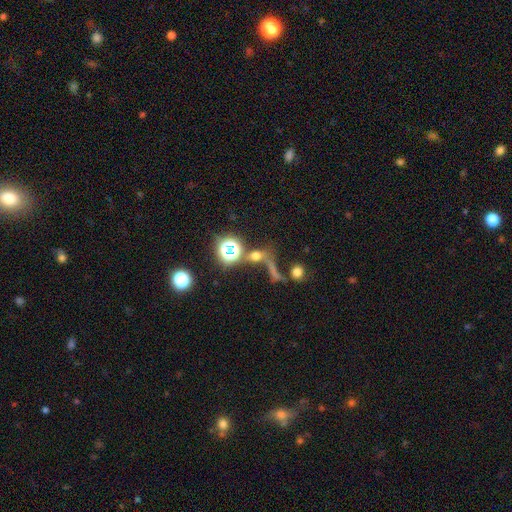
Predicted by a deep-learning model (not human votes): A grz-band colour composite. It shows a smooth galaxy with no disk features (43%). Merging: none (41%).